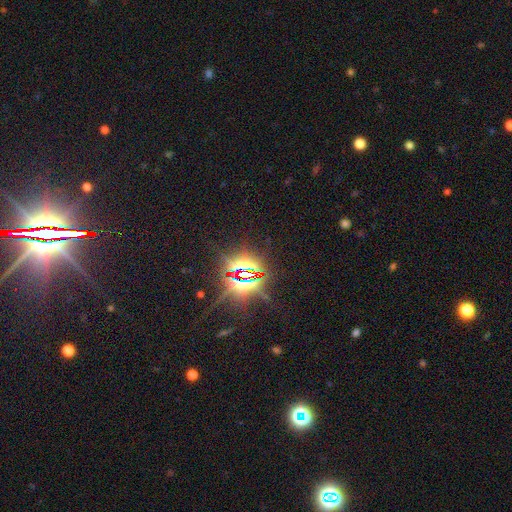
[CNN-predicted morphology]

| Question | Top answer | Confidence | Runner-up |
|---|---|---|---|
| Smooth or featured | star or artifact | 85% | smooth (7%) |